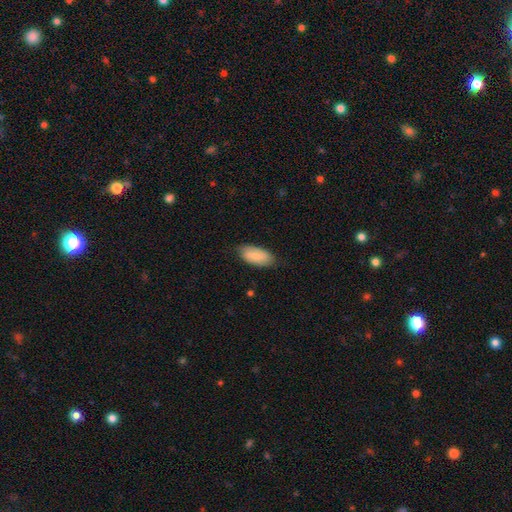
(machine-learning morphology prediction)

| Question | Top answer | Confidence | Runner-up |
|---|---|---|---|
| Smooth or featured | smooth | 68% | featured or disk (26%) |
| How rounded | in between | 92% | cigar-shaped (6%) |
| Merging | none | 77% | minor disturbance (18%) |